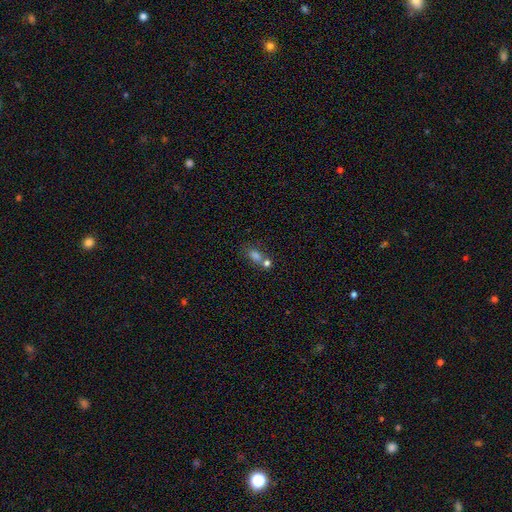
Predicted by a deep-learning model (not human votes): This is likely a smooth galaxy (71%). How rounded: likely in between (63%). Merging: marginally none (44%).